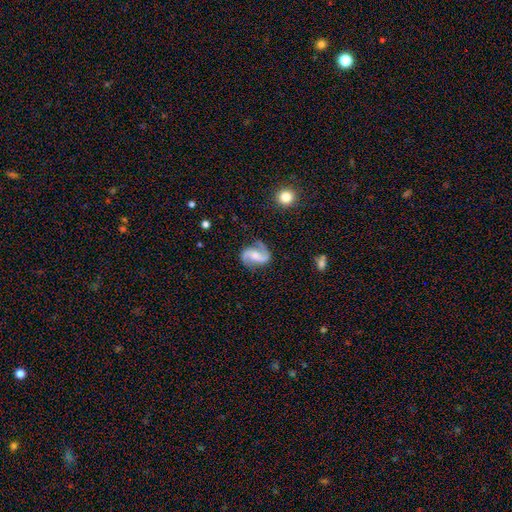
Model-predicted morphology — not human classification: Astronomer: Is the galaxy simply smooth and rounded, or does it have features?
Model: featured or disk — 89%.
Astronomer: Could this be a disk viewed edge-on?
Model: no — 98%.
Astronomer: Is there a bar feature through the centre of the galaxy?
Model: weak — 40% (runner-up: no, 39%).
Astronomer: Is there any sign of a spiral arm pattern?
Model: yes — 98%.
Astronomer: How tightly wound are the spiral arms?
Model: medium — 47% (runner-up: loose, 41%).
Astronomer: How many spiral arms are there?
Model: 2 — 94%.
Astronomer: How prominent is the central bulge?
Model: moderate — 43% (runner-up: small, 35%).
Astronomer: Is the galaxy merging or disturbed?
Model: none — 81%.